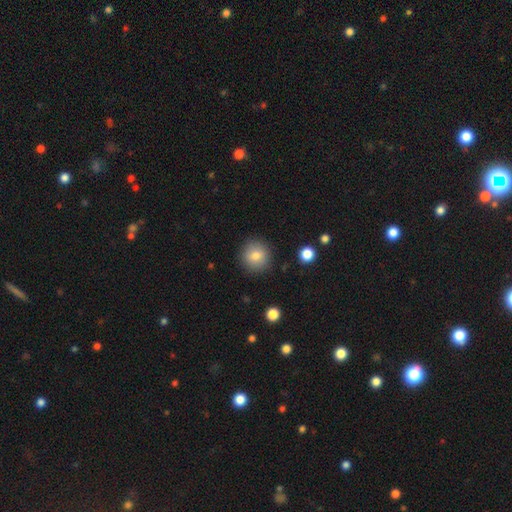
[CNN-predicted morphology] A smooth galaxy with no disk features (80%) that is round (92%). Merging: none (88%).